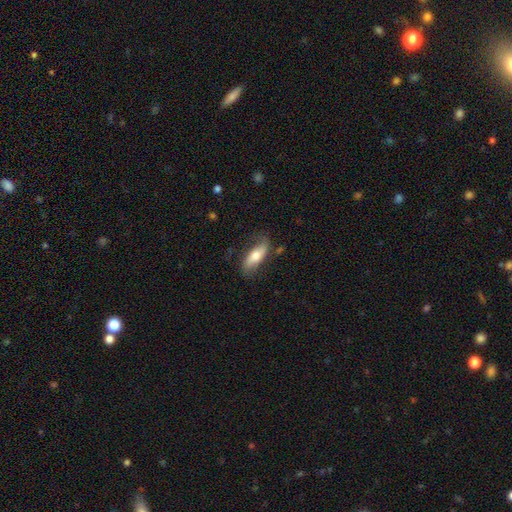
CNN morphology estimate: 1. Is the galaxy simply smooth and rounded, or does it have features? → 57% smooth, 37% featured or disk, 6% star or artifact.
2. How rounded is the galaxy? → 67% in between, 31% cigar-shaped, 3% round.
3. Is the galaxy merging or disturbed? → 68% none, 22% minor disturbance, 8% major disturbance, 2% merger.